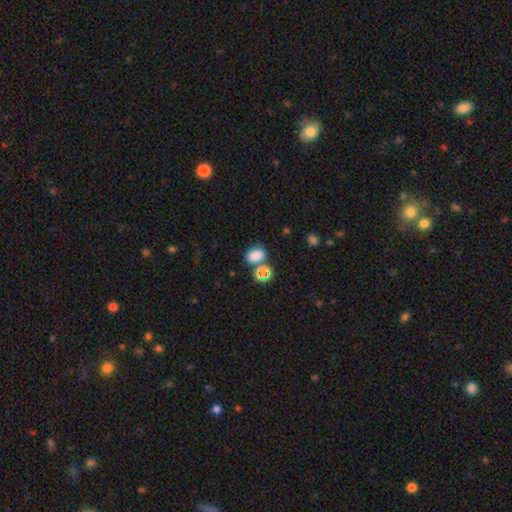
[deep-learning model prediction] Smooth or featured?
  - smooth: 80% *
  - star or artifact: 14%
  - featured or disk: 5%
How rounded?
  - in between: 69% *
  - round: 30%
  - cigar-shaped: 1%
Merging?
  - none: 64% *
  - merger: 18%
  - minor disturbance: 12%
  - major disturbance: 5%